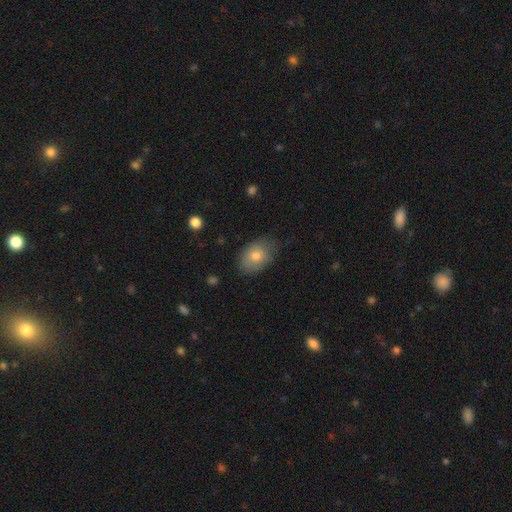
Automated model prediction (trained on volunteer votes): A smooth galaxy with no disk features (78%) that is in between round and cigar-shaped (81%).

Vote fractions:
- Smooth or featured? smooth: 78% / featured or disk: 14% / star or artifact: 8%
- How rounded? in between: 81% / round: 18% / cigar-shaped: 1%
- Merging? none: 69% / minor disturbance: 24% / major disturbance: 5% / merger: 1%